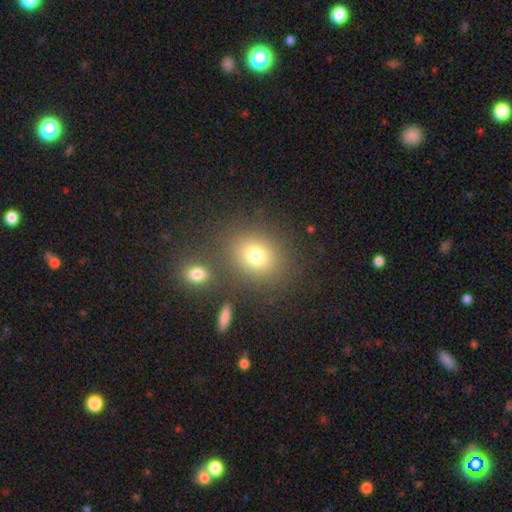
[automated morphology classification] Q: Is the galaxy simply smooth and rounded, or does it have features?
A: smooth — 75%.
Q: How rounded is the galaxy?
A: round — 61%.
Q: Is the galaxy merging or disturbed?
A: none — 78%.